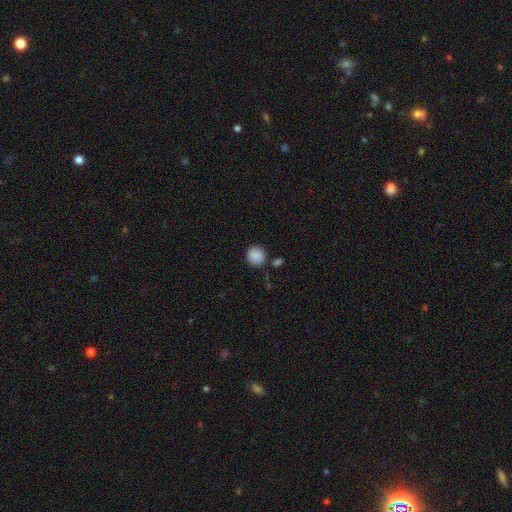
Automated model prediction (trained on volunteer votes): Smooth or featured: smooth — 88% (star or artifact — 8%)
How rounded: round — 89% (in between — 10%)
Merging: none — 79% (minor disturbance — 12%)